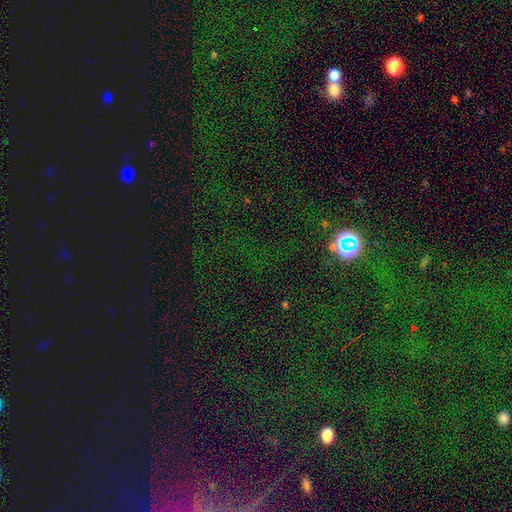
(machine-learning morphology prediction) Q: Smooth or featured?
A: star or artifact (79%); runner-up: smooth (14%)